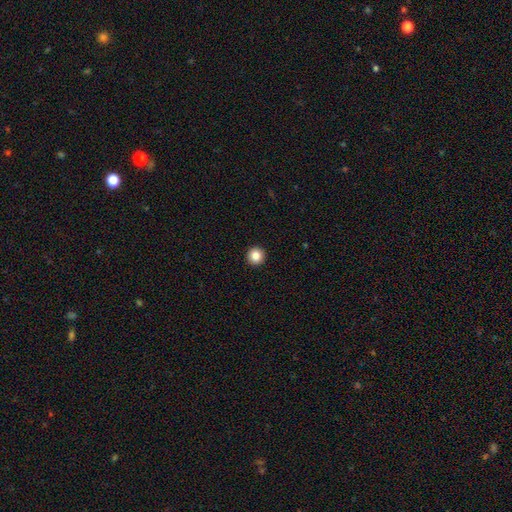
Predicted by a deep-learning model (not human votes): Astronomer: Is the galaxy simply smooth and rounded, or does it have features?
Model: smooth — 85%.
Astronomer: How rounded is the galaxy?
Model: round — 96%.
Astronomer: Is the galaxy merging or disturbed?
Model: none — 94%.